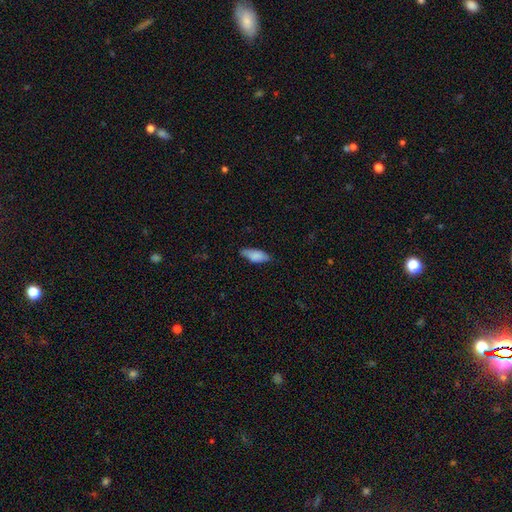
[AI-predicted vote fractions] A smooth galaxy with no disk features (83%) that is in between round and cigar-shaped (79%). Merging: none (71%).